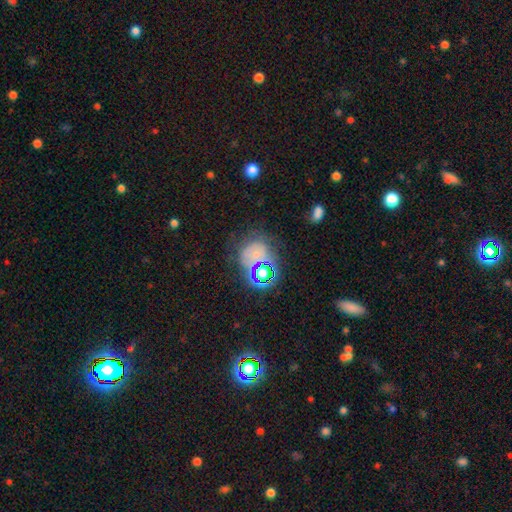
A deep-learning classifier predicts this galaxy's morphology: smooth 43%, star or artifact 37%, featured or disk 20%. Down the decision tree: merging — none (58%).